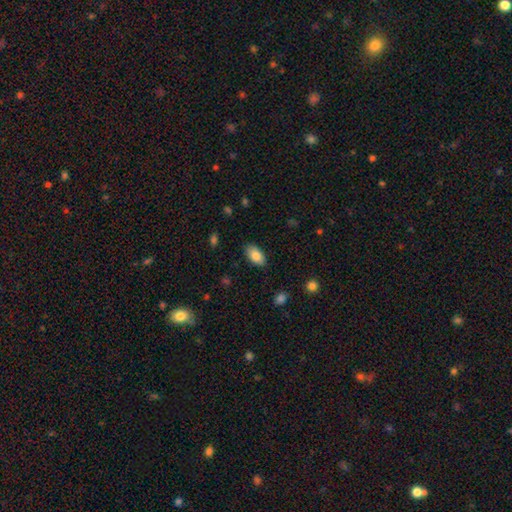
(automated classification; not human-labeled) Smooth or featured?
  - smooth: 84% *
  - featured or disk: 9%
  - star or artifact: 7%
How rounded?
  - in between: 94% *
  - round: 3%
  - cigar-shaped: 3%
Merging?
  - none: 86% *
  - minor disturbance: 10%
  - major disturbance: 2%
  - merger: 1%